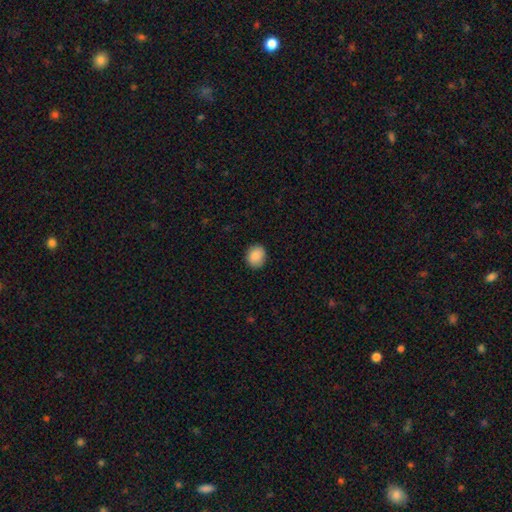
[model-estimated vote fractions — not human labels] A smooth galaxy with no disk features (89%) that is round (60%). Merging: none (88%).